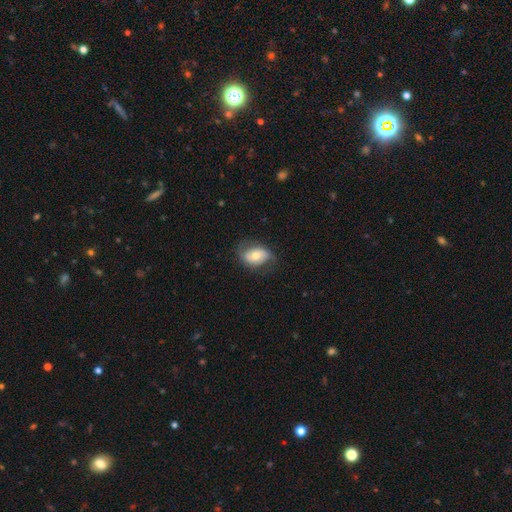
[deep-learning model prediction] smooth-or-featured: smooth: 51% | featured or disk: 42% | star or artifact: 7%
  how-rounded: in between: 78% | round: 21% | cigar-shaped: 1%
  merging: none: 65% | minor disturbance: 24% | major disturbance: 10% | merger: 1%